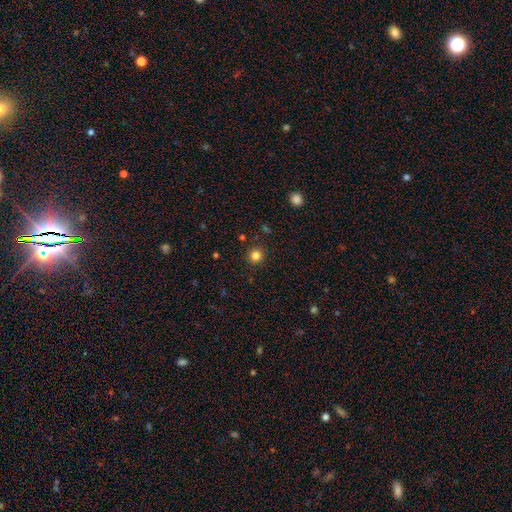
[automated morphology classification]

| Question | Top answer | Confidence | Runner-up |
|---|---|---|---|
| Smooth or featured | smooth | 82% | star or artifact (14%) |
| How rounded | round | 94% | in between (5%) |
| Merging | none | 90% | minor disturbance (6%) |